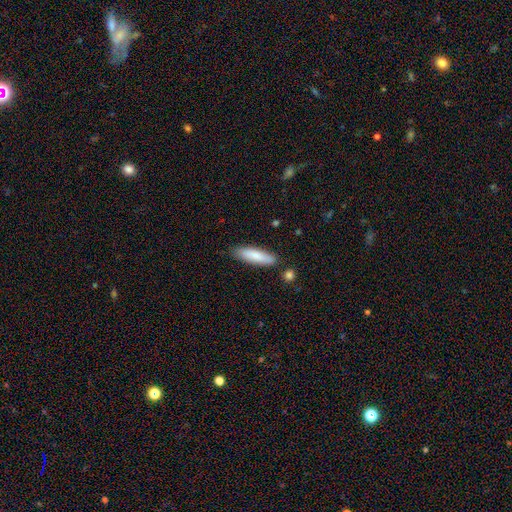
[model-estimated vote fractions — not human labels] smooth 81%, featured or disk 13%, star or artifact 6%. Down the decision tree: how rounded — cigar-shaped (67%); merging — none (82%).